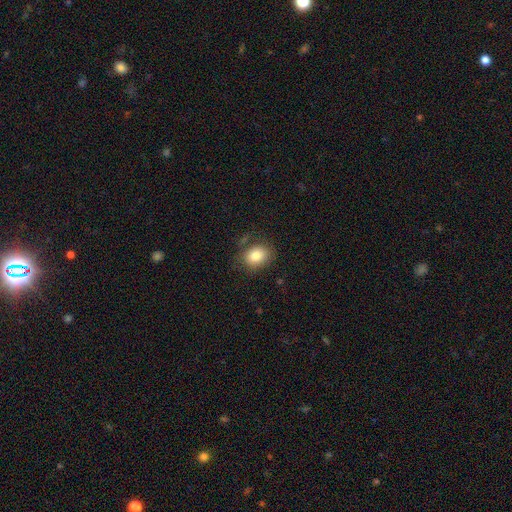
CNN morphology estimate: Overall: smooth (83%). How rounded: in between (57%; round 42%). Merging: none (76%).